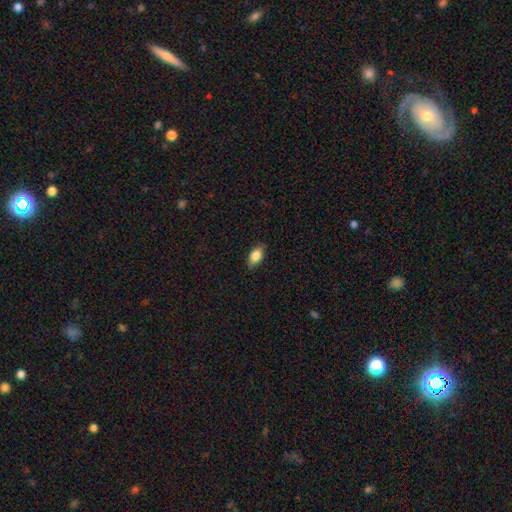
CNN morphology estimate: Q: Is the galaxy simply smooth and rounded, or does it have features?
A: smooth — 80%.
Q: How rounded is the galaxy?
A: in between — 86%.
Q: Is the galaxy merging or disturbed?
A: none — 79%.